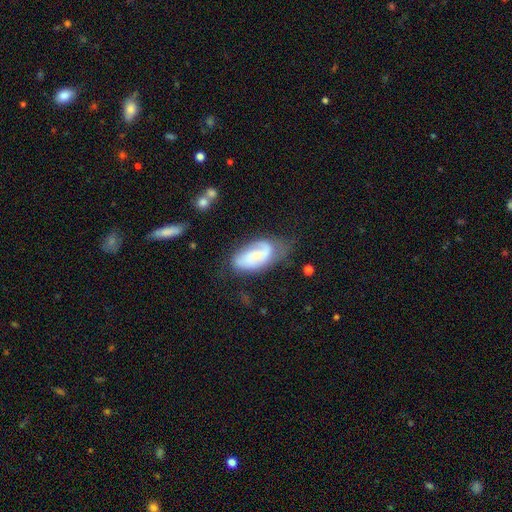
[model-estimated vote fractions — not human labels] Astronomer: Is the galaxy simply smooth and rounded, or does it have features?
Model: featured or disk — 59%.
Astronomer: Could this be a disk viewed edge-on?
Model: no — 94%.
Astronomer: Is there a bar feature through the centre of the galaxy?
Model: no — 62%.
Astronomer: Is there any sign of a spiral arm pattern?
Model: yes — 84%.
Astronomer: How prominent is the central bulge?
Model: small — 59%.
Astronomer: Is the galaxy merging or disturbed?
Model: none — 53% (runner-up: minor disturbance, 28%).